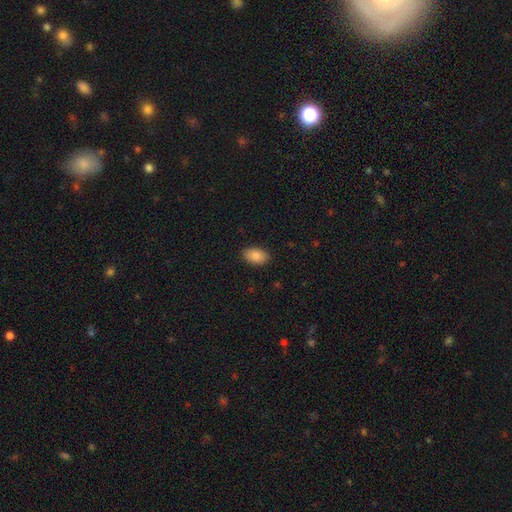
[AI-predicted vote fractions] Smooth or featured?
  - smooth: 88% *
  - star or artifact: 7%
  - featured or disk: 4%
How rounded?
  - in between: 91% *
  - round: 8%
  - cigar-shaped: 1%
Merging?
  - none: 89% *
  - minor disturbance: 8%
  - major disturbance: 2%
  - merger: 1%